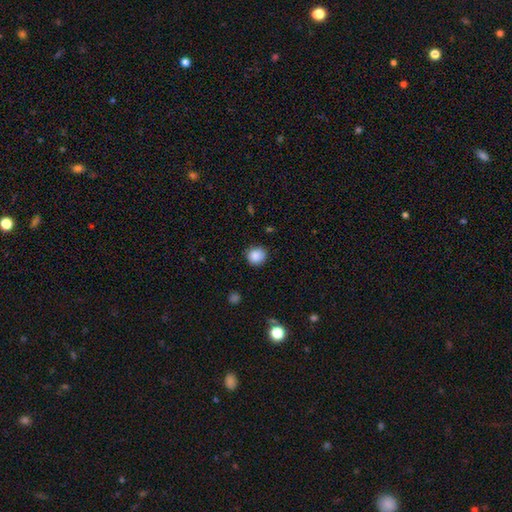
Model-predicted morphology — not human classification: A smooth galaxy with no disk features (87%) that is round (89%).

Vote fractions:
- Smooth or featured? smooth: 87% / star or artifact: 10% / featured or disk: 4%
- How rounded? round: 89% / in between: 10% / cigar-shaped: 1%
- Merging? none: 85% / minor disturbance: 11% / major disturbance: 2% / merger: 1%